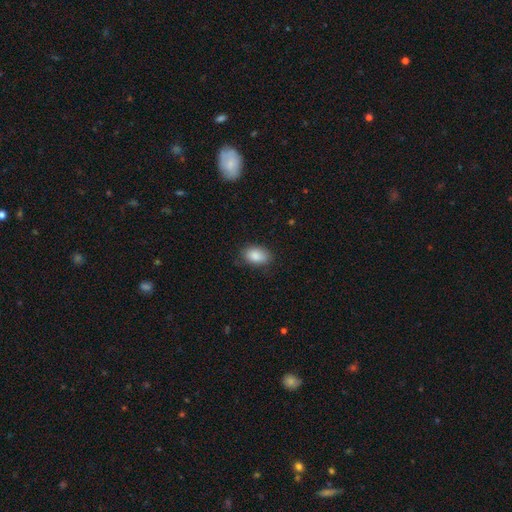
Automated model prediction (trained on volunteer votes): Morphology: type=smooth (87%); roundness=in between (89%); merging=none (79%).